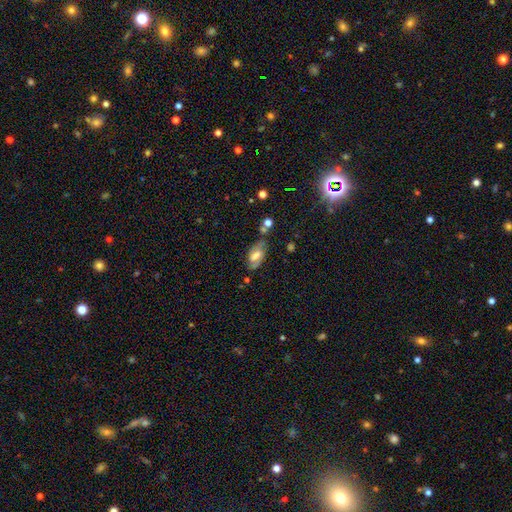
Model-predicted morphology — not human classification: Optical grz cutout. It shows a featured or disk galaxy (51%). Merging: none (58%).